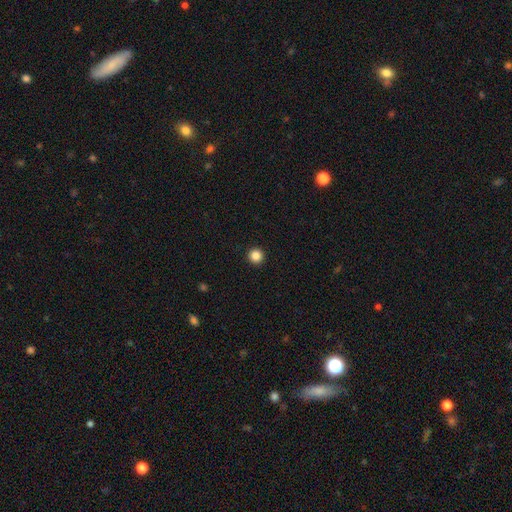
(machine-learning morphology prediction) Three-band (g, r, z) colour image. It shows a smooth galaxy with no disk features (86%) that is round (96%). Merging: none (94%).